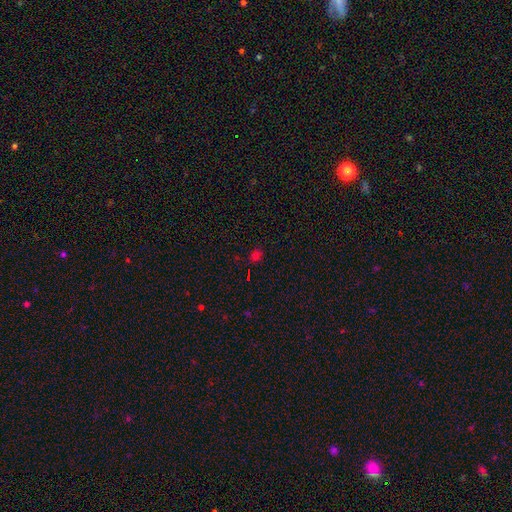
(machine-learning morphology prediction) A smooth galaxy with no disk features (61%) that is round (56%). Merging: none (80%).